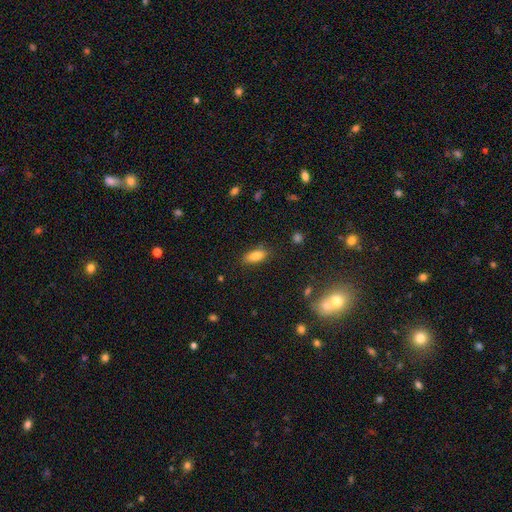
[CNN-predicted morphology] The model was most divided on "how rounded": in between: 80%, cigar-shaped: 17%, round: 3%. More confident: merging — none (83%); smooth or featured — smooth (82%).